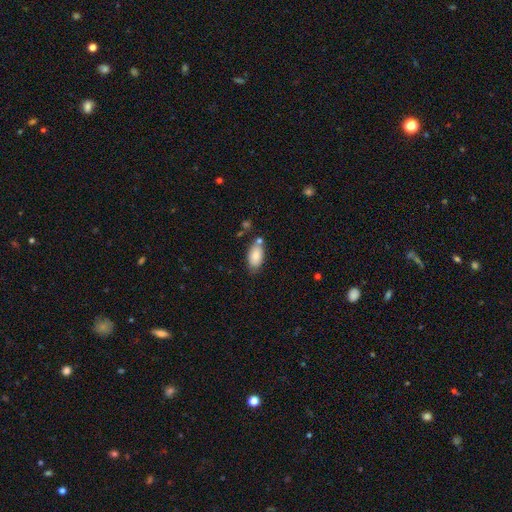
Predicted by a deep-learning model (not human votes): Smooth or featured?
  - smooth: 83% *
  - featured or disk: 10%
  - star or artifact: 7%
How rounded?
  - in between: 93% *
  - cigar-shaped: 4%
  - round: 4%
Merging?
  - none: 66% *
  - minor disturbance: 18%
  - merger: 12%
  - major disturbance: 4%